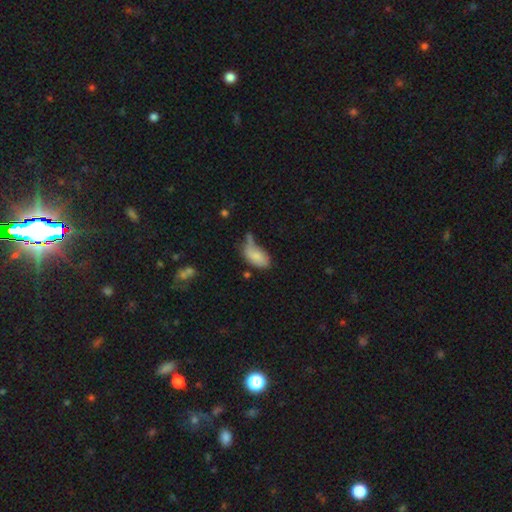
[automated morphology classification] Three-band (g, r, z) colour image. It shows a smooth galaxy with no disk features (78%) that is in between round and cigar-shaped (93%). Merging: minor disturbance (33%).